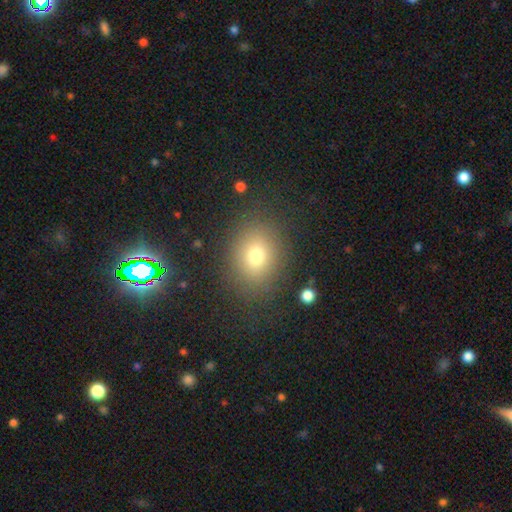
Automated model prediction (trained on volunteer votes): Smooth or featured? smooth (72%)
How rounded? round (50%)
Merging? none (84%)